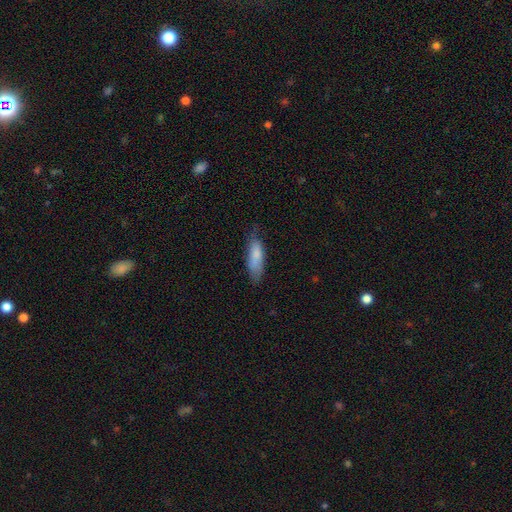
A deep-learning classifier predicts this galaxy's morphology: Smooth or featured?
  - smooth: 82% *
  - featured or disk: 12%
  - star or artifact: 6%
How rounded?
  - in between: 52% *
  - cigar-shaped: 47%
  - round: 2%
Merging?
  - none: 65% *
  - minor disturbance: 27%
  - major disturbance: 6%
  - merger: 2%